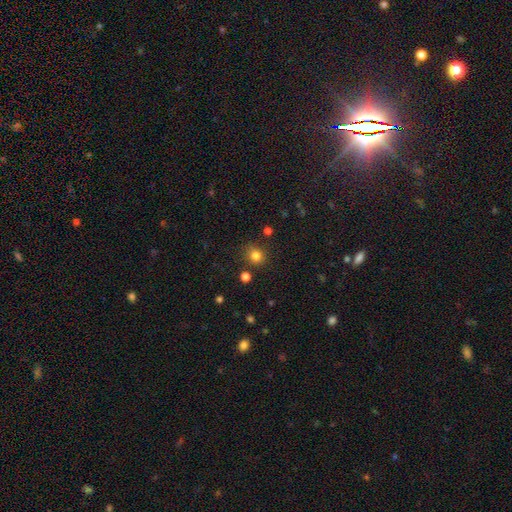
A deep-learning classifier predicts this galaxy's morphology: This is clearly a smooth galaxy (81%). How rounded: clearly round (87%). Merging: clearly none (84%).